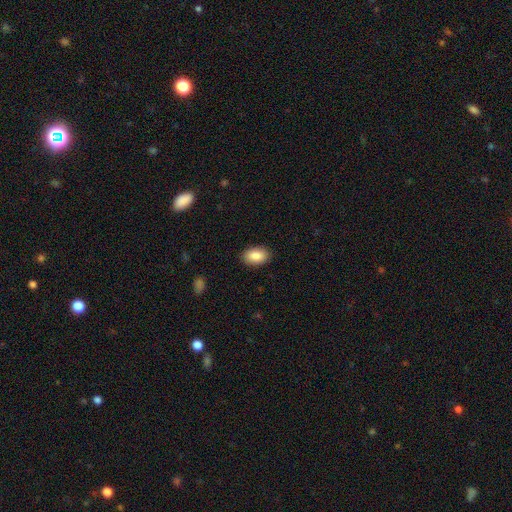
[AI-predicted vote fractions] A smooth galaxy with no disk features (87%) that is in between round and cigar-shaped (90%).

Vote fractions:
- Smooth or featured? smooth: 87% / star or artifact: 7% / featured or disk: 6%
- How rounded? in between: 90% / round: 8% / cigar-shaped: 1%
- Merging? none: 89% / minor disturbance: 8% / major disturbance: 2% / merger: 1%